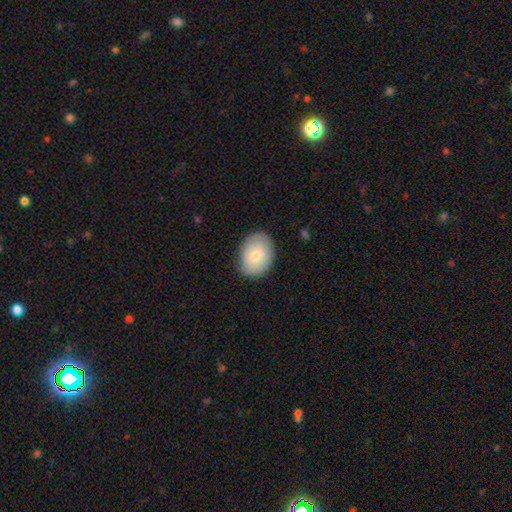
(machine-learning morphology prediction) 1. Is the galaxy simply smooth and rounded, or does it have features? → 77% smooth, 17% featured or disk, 6% star or artifact.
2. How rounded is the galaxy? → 71% in between, 28% round, 1% cigar-shaped.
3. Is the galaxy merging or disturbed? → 82% none, 14% minor disturbance, 3% major disturbance, 1% merger.